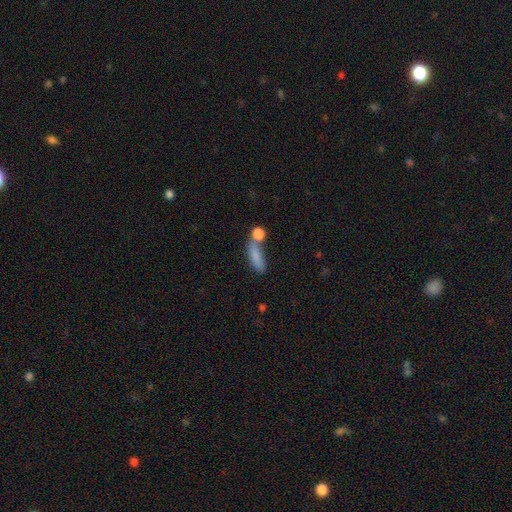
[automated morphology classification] A smooth galaxy with no disk features (80%) that is cigar-shaped (49%). Merging: none (44%).